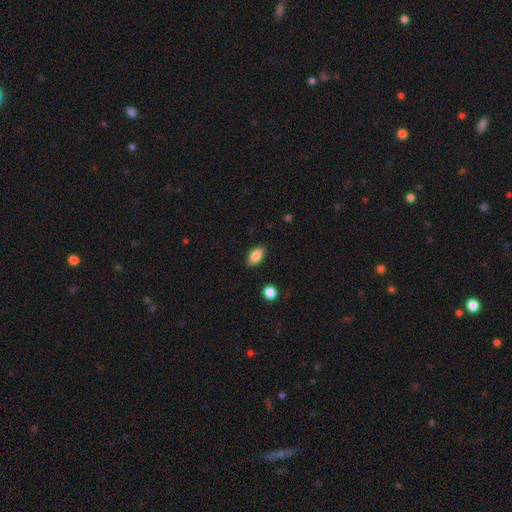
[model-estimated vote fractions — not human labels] Smooth or featured? smooth (86%)
How rounded? in between (91%)
Merging? none (87%)